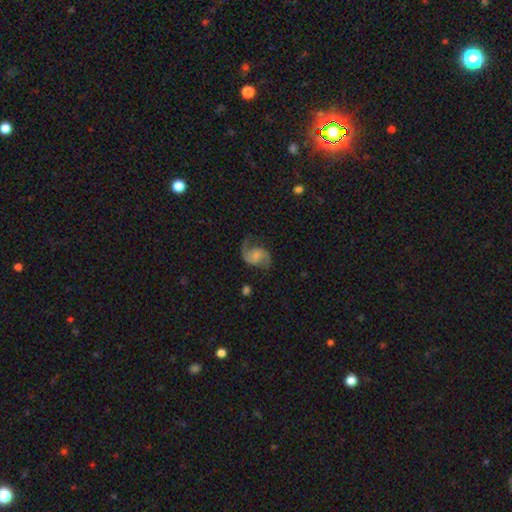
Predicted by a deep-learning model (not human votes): This appears to be a featured or disk galaxy (81%) with no bar (63%), 2 (89%) loose (52%) spiral arms (96%) and a small central bulge (55%). Merging: none (69%).